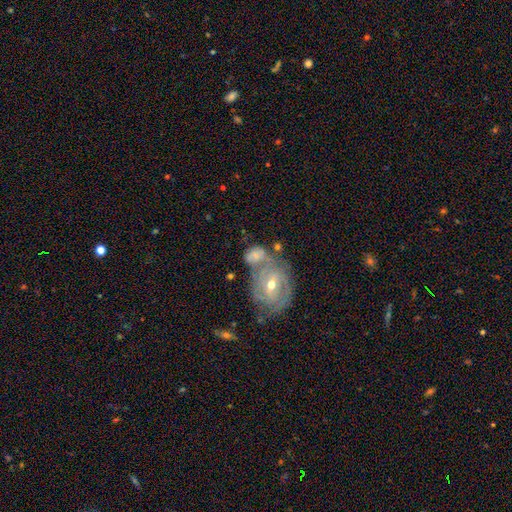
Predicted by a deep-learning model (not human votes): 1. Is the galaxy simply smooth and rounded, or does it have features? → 52% featured or disk, 39% smooth, 9% star or artifact.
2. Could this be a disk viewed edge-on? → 95% no, 5% yes.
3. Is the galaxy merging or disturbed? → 45% merger, 32% none, 14% minor disturbance, 8% major disturbance.